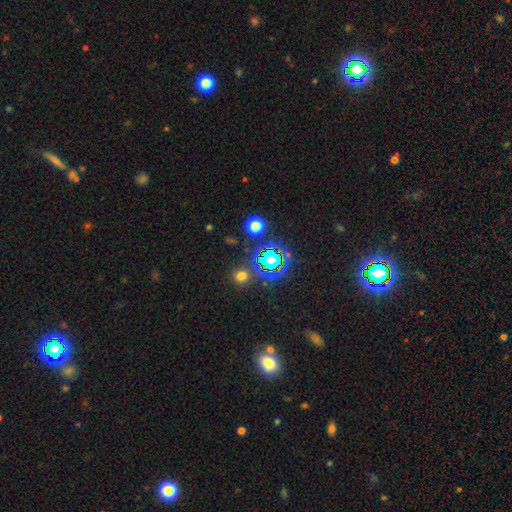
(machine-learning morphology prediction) Overall: star or artifact (75%).